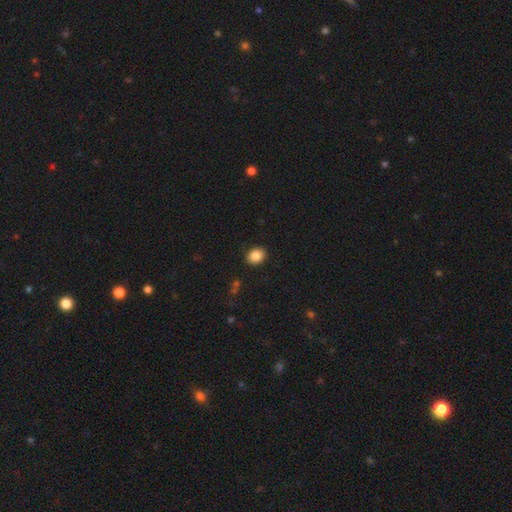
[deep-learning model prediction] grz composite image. It shows a smooth galaxy with no disk features (86%) that is round (51%). Merging: none (90%).